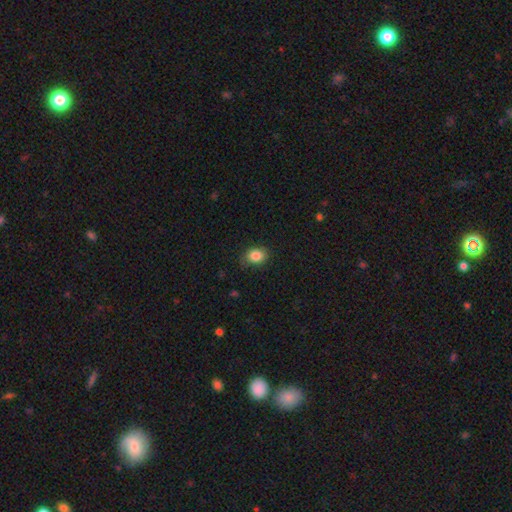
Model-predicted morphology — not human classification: Overall: smooth (85%). How rounded: in between (64%; round 35%). Merging: none (76%).